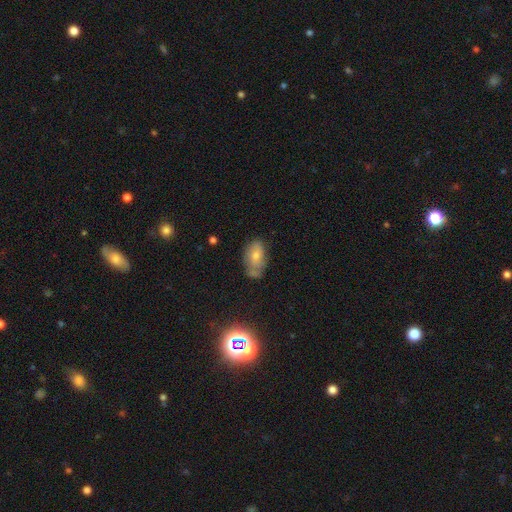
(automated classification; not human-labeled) Morphology: type=smooth (47%); merging=none (54%).